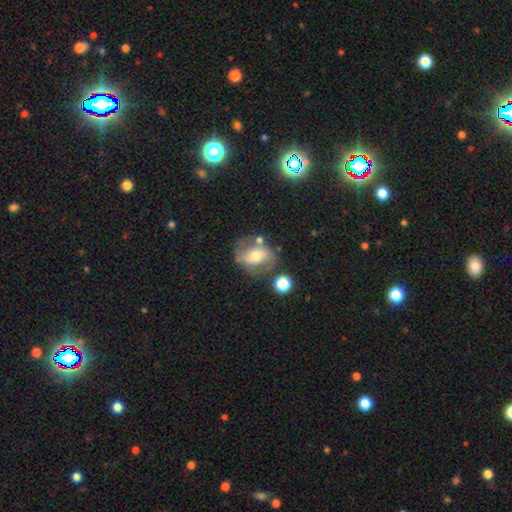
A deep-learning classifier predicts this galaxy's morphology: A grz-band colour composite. It shows a featured or disk galaxy (60%) with a weak bar (35%), spiral arms (68%) and a moderate central bulge (65%). Merging: none (62%).